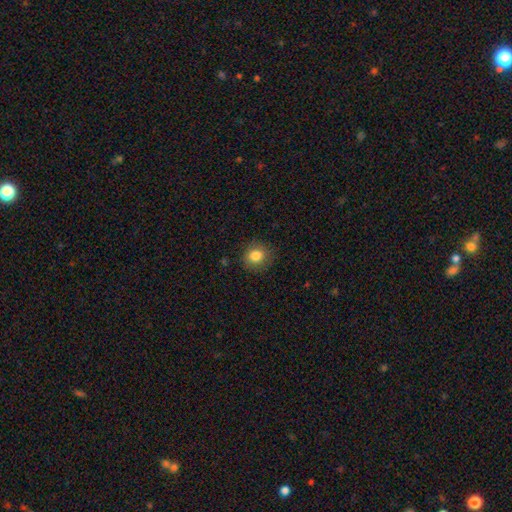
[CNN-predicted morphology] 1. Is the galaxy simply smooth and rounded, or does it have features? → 84% smooth, 10% star or artifact, 6% featured or disk.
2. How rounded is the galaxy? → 83% round, 16% in between, 1% cigar-shaped.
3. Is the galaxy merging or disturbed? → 86% none, 10% minor disturbance, 3% major disturbance, 1% merger.